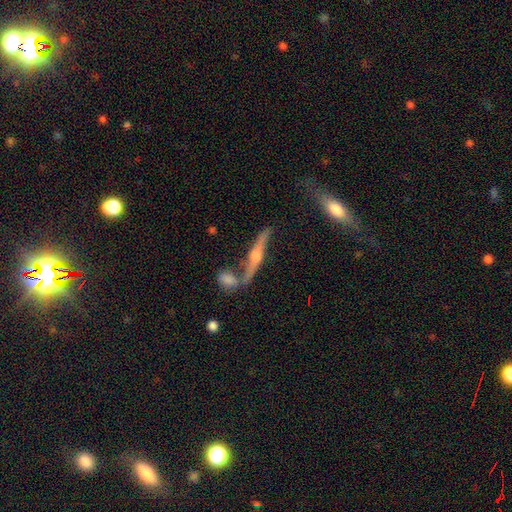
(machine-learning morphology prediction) The model was most divided on "merging": none: 61%, merger: 17%, minor disturbance: 16%, major disturbance: 6%. More confident: edge-on bulge — rounded (91%); edge-on disk — yes (88%); smooth or featured — featured or disk (81%).